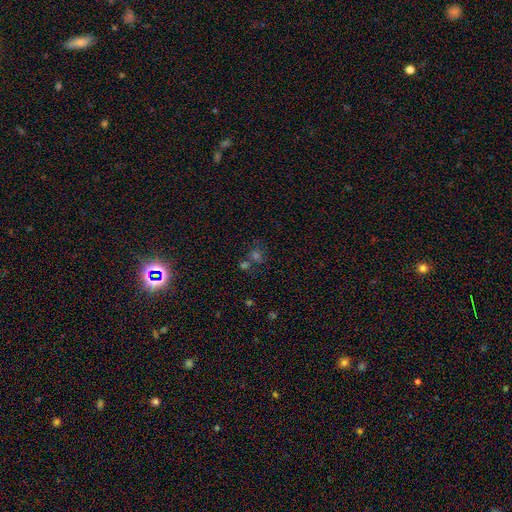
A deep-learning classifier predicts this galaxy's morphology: The model was most divided on "smooth or featured": star or artifact: 51%, smooth: 35%, featured or disk: 14%.